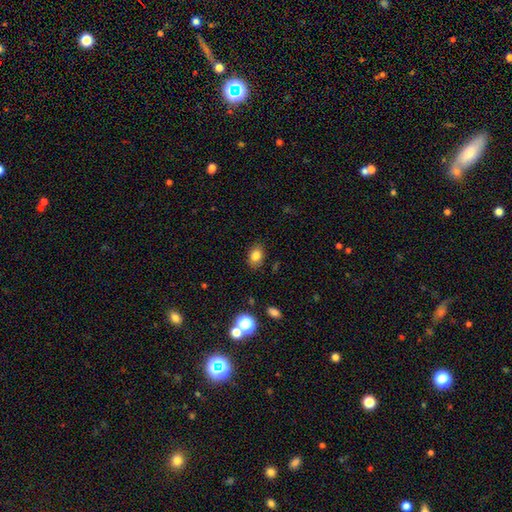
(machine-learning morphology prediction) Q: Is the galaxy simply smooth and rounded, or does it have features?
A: smooth — 81%.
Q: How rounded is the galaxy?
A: in between — 71%.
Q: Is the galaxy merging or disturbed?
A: none — 82%.